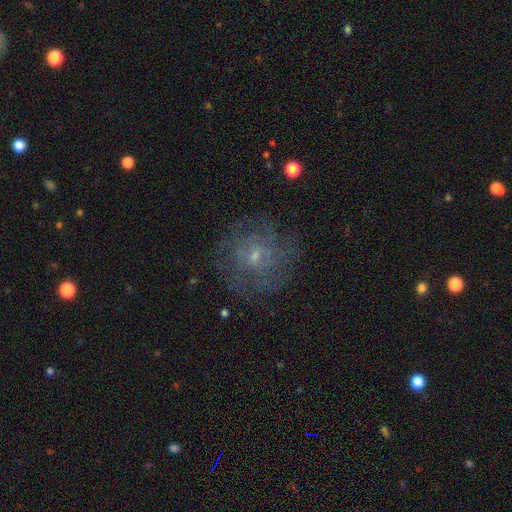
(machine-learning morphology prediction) Overall: featured or disk (64%). Edge-on disk: no (97%). Bar: no (63%; weak 33%). Spiral arms: yes (74%). Bulge size: small (70%). Merging: none (73%).